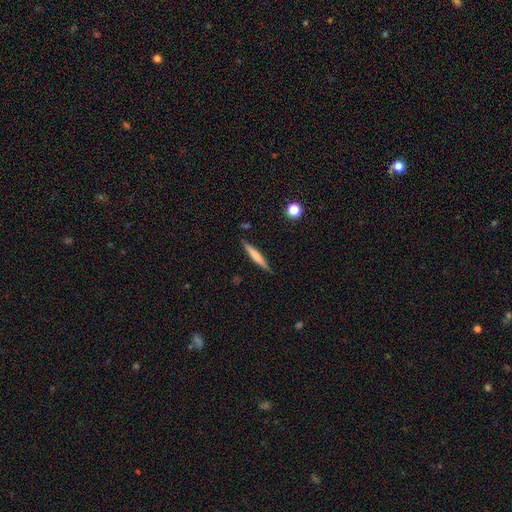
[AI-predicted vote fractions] A smooth galaxy with no disk features (56%) that is cigar-shaped (93%). Merging: none (87%).